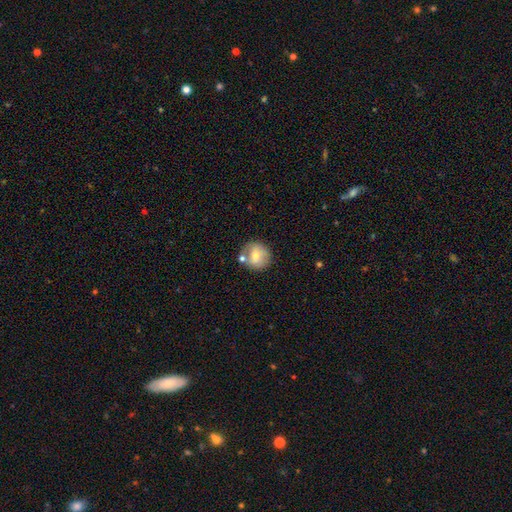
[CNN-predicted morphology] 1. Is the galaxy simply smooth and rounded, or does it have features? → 63% smooth, 29% featured or disk, 8% star or artifact.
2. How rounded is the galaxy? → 88% round, 11% in between, 1% cigar-shaped.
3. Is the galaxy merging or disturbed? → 61% none, 18% merger, 15% minor disturbance, 5% major disturbance.